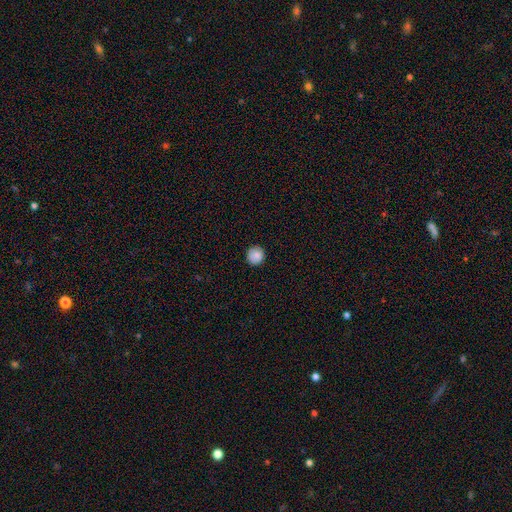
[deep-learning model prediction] Smooth or featured? smooth (86%)
How rounded? round (93%)
Merging? none (91%)